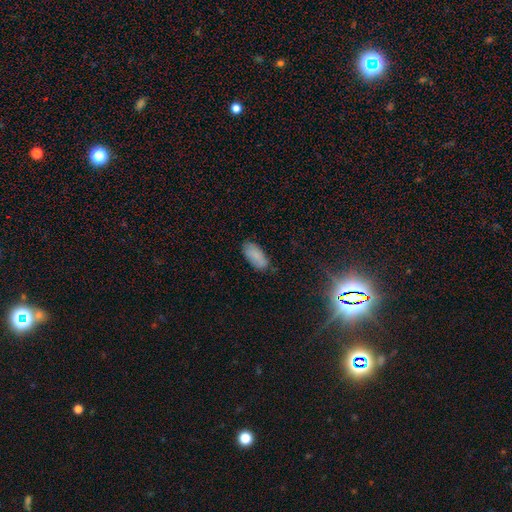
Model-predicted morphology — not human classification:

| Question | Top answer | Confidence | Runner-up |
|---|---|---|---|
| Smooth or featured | smooth | 84% | featured or disk (8%) |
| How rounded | in between | 91% | cigar-shaped (7%) |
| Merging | none | 78% | minor disturbance (17%) |